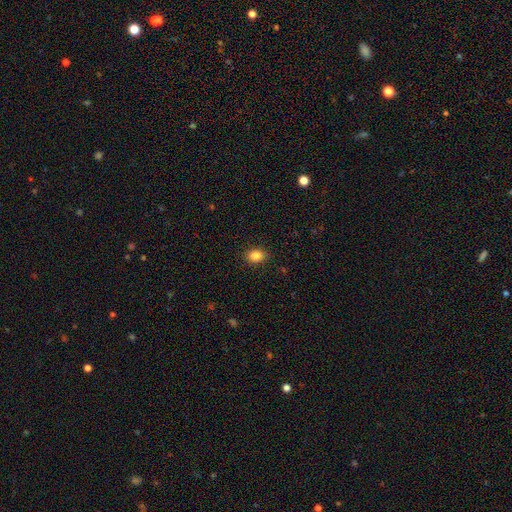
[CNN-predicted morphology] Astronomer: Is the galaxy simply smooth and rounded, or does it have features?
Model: smooth — 86%.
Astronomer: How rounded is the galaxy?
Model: in between — 65%.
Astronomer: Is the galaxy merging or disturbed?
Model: none — 89%.